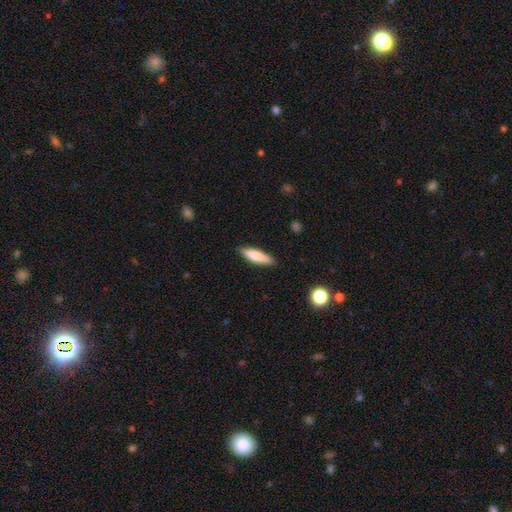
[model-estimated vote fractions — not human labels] smooth 76%, featured or disk 18%, star or artifact 6%. Down the decision tree: how rounded — cigar-shaped (74%); merging — none (87%).